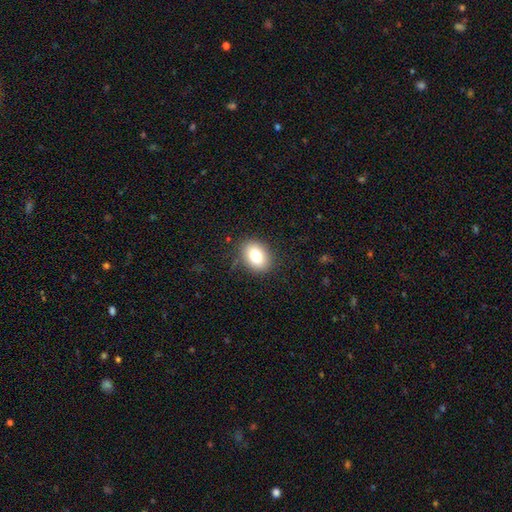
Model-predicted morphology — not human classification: Q: Smooth or featured?
A: smooth (80%); runner-up: featured or disk (11%)
Q: How rounded?
A: in between (71%); runner-up: round (27%)
Q: Merging?
A: none (85%); runner-up: minor disturbance (11%)